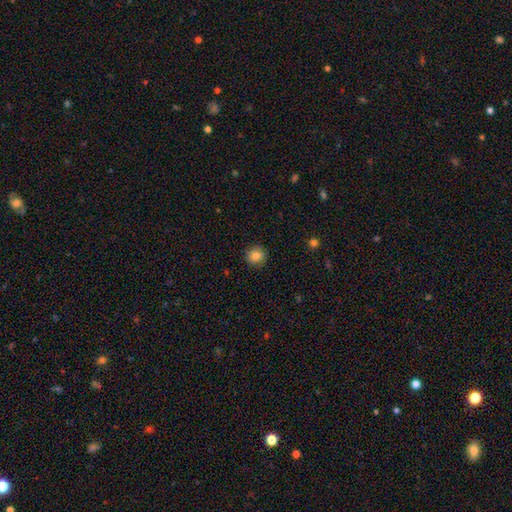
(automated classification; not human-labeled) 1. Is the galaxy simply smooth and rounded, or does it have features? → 83% smooth, 10% star or artifact, 6% featured or disk.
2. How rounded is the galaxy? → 92% round, 7% in between, 1% cigar-shaped.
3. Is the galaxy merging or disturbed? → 91% none, 6% minor disturbance, 2% major disturbance, 1% merger.